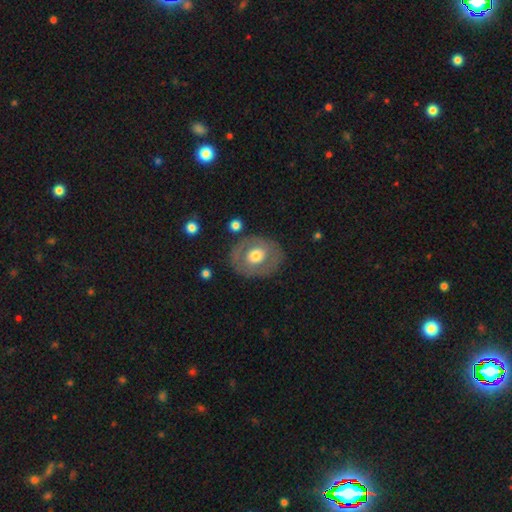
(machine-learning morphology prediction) This appears to be a smooth galaxy with no disk features (49%). Merging: none (79%).